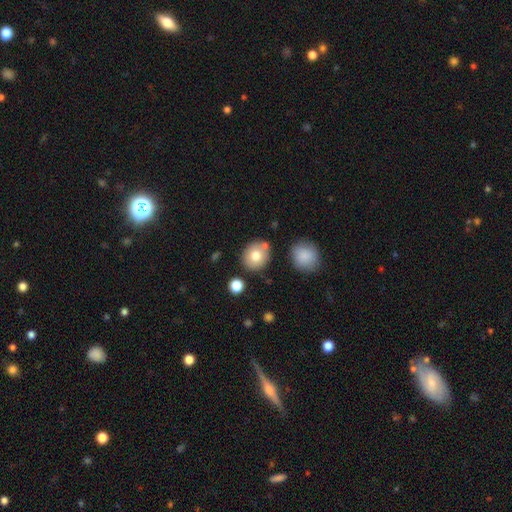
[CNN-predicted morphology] Smooth or featured: smooth — 76% (featured or disk — 14%)
How rounded: round — 76% (in between — 24%)
Merging: none — 76% (minor disturbance — 11%)